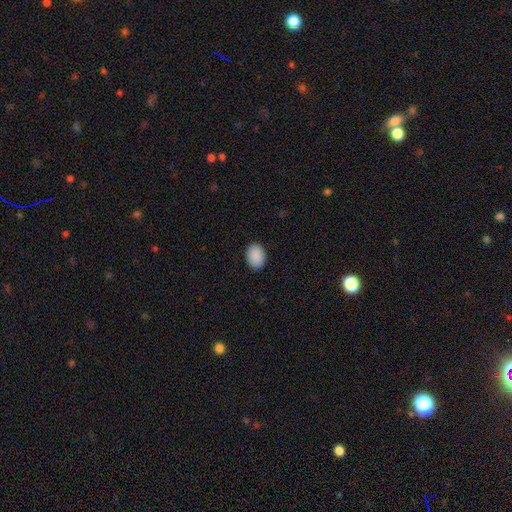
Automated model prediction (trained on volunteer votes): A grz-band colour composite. It shows a smooth galaxy with no disk features (91%) that is in between round and cigar-shaped (74%). Merging: none (90%).